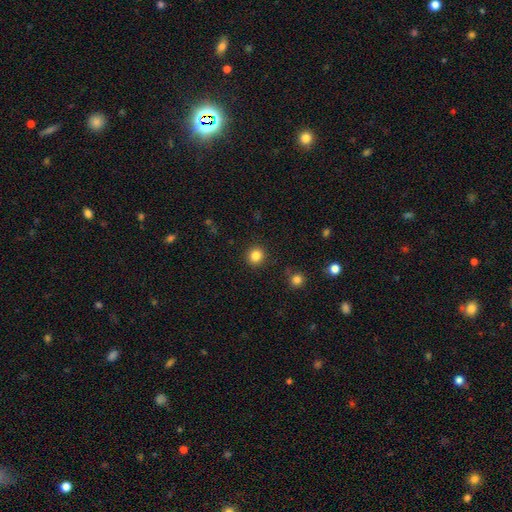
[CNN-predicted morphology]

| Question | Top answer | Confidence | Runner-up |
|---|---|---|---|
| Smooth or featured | smooth | 84% | star or artifact (12%) |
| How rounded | round | 93% | in between (6%) |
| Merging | none | 91% | minor disturbance (5%) |